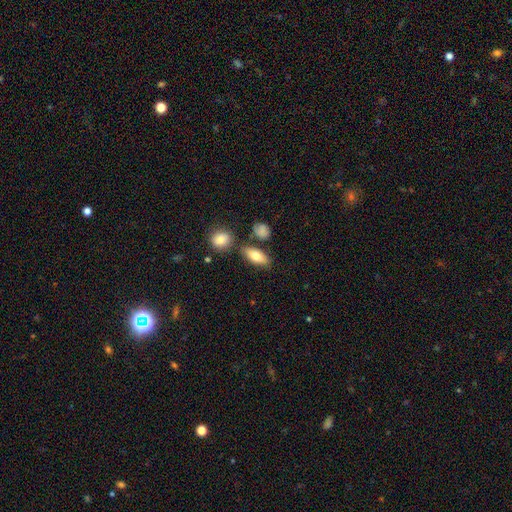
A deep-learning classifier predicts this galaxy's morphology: smooth-or-featured: smooth: 77% | featured or disk: 15% | star or artifact: 7%
  how-rounded: in between: 81% | cigar-shaped: 14% | round: 5%
  merging: none: 75% | minor disturbance: 12% | merger: 9% | major disturbance: 3%